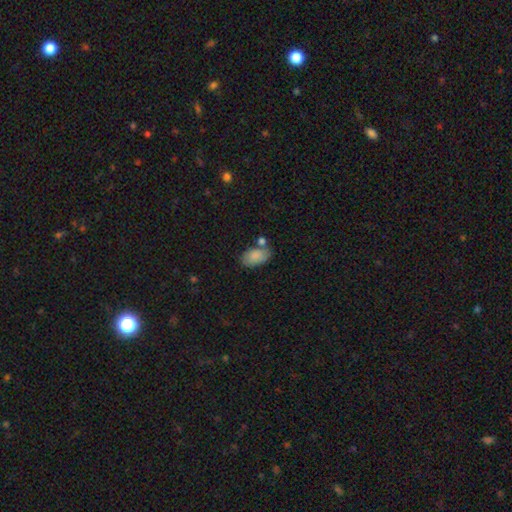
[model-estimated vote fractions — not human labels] A smooth galaxy with no disk features (84%) that is in between round and cigar-shaped (93%).

Vote fractions:
- Smooth or featured? smooth: 84% / featured or disk: 9% / star or artifact: 7%
- How rounded? in between: 93% / round: 6% / cigar-shaped: 2%
- Merging? none: 59% / minor disturbance: 19% / merger: 16% / major disturbance: 5%